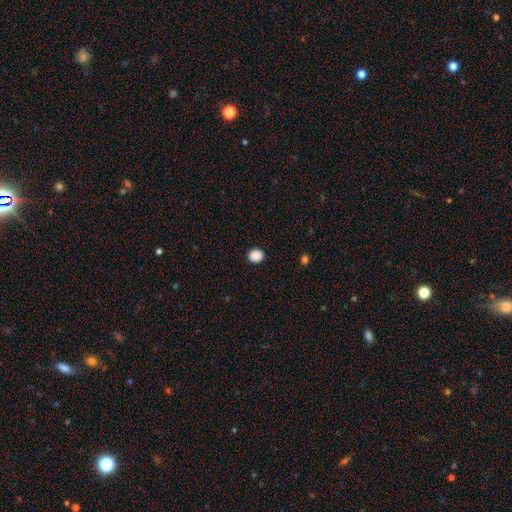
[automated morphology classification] A smooth galaxy with no disk features (89%) that is round (79%).

Vote fractions:
- Smooth or featured? smooth: 89% / star or artifact: 9% / featured or disk: 2%
- How rounded? round: 79% / in between: 20% / cigar-shaped: 1%
- Merging? none: 92% / minor disturbance: 5% / major disturbance: 2% / merger: 1%